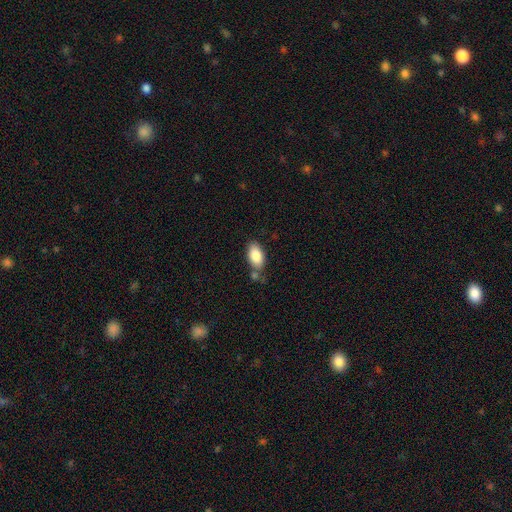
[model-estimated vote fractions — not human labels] Q: Smooth or featured?
A: smooth (85%); runner-up: featured or disk (9%)
Q: How rounded?
A: in between (93%); runner-up: round (4%)
Q: Merging?
A: none (68%); runner-up: minor disturbance (16%)